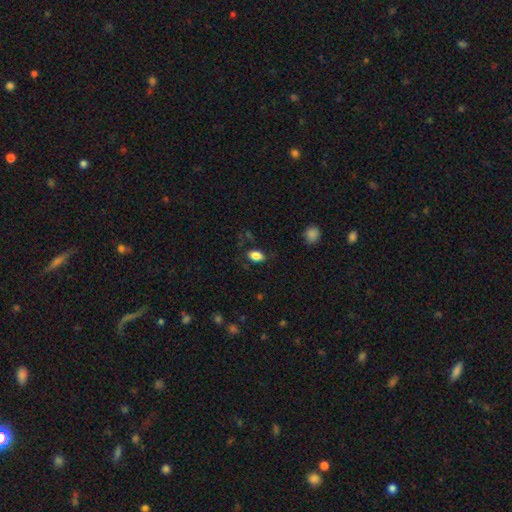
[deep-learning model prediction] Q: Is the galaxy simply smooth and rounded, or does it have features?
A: smooth — 84%.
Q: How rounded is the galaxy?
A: in between — 87%.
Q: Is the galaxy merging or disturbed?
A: none — 78%.